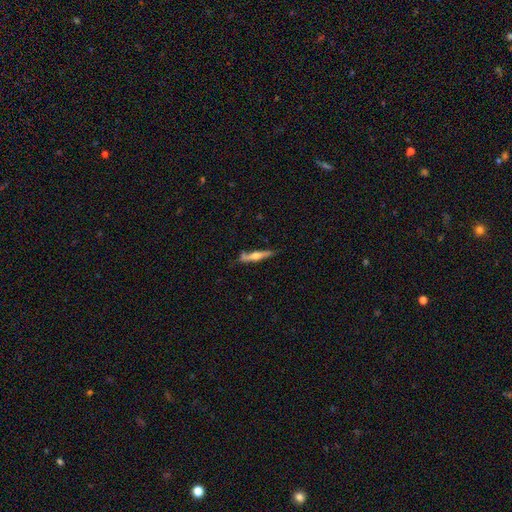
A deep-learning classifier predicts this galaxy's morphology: Smooth or featured: featured or disk — 56% (smooth — 39%)
Edge-on disk: yes — 94% (no — 6%)
Edge-on bulge: rounded — 89% (none — 6%)
Merging: none — 74% (minor disturbance — 18%)